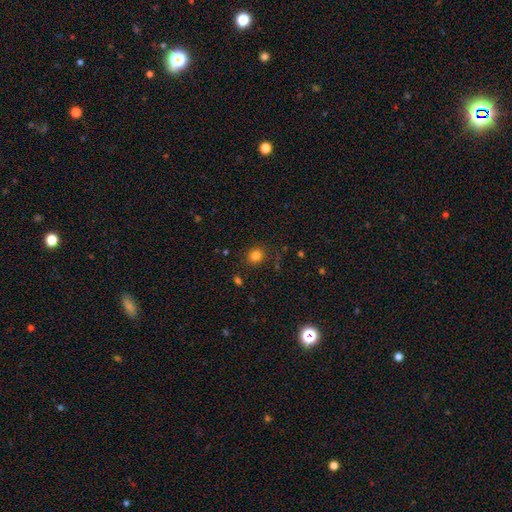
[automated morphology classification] Overall: smooth (82%). How rounded: round (79%). Merging: none (85%).